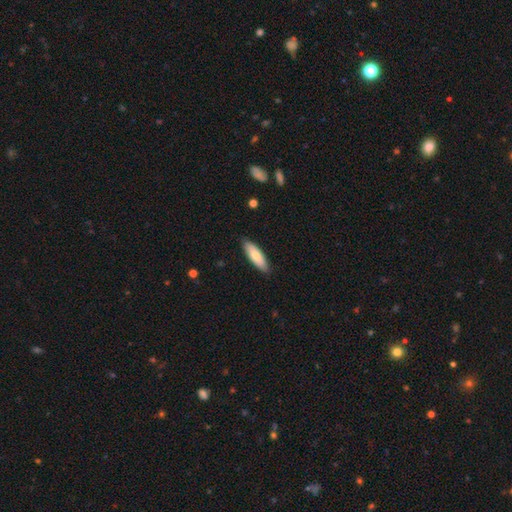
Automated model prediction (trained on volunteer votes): This is likely a smooth galaxy (76%). How rounded: possibly in between (54%). Merging: clearly none (88%).